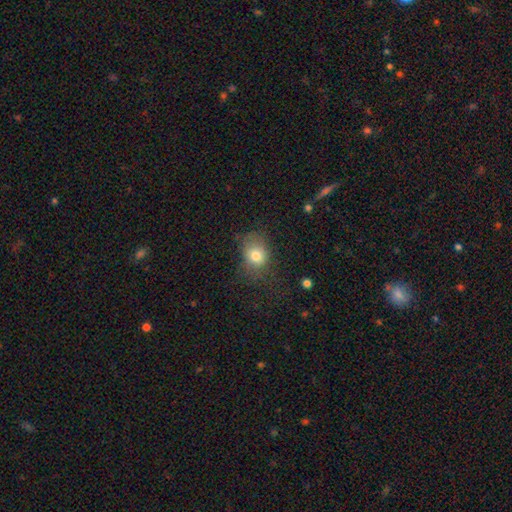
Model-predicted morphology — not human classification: Q: Smooth or featured?
A: smooth (77%); runner-up: star or artifact (12%)
Q: How rounded?
A: round (54%); runner-up: in between (45%)
Q: Merging?
A: none (57%); runner-up: minor disturbance (24%)